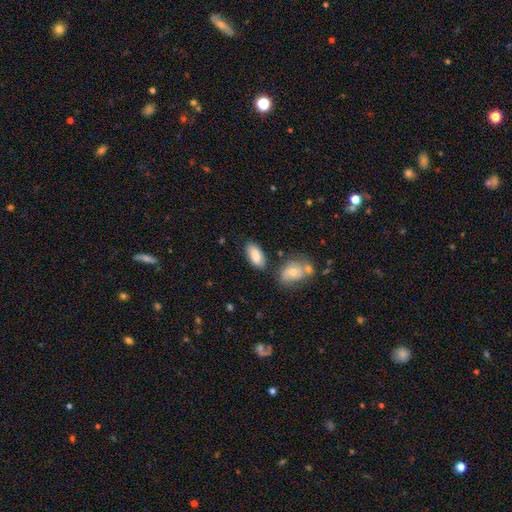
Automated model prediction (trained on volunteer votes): Morphology: type=smooth (81%); roundness=in between (92%); merging=none (75%).